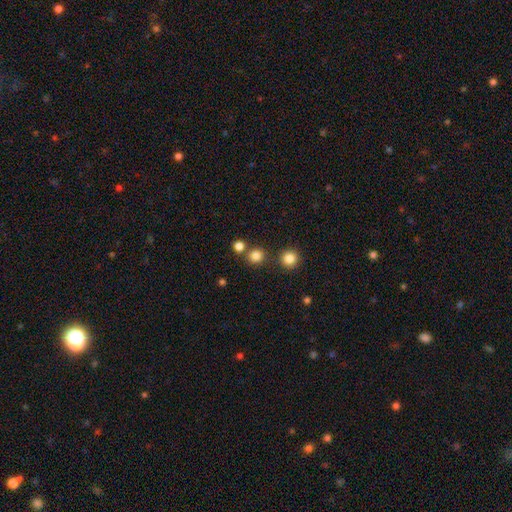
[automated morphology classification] smooth_or_featured: smooth (p=0.81) [alt: star or artifact p=0.14]
how_rounded: round (p=0.89) [alt: in between p=0.10]
merging: none (p=0.77) [alt: merger p=0.14]